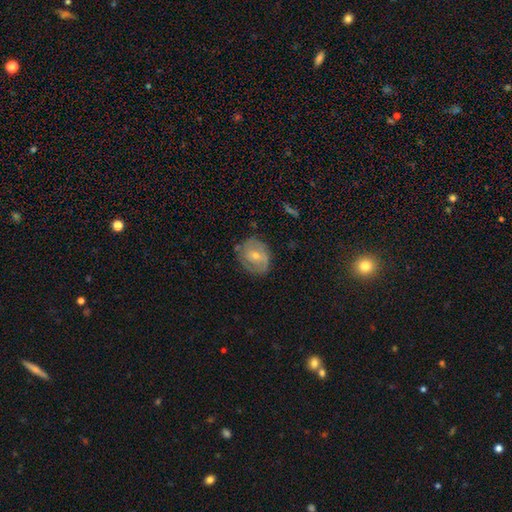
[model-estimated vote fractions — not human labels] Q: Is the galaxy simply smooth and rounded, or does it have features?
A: featured or disk — 59%.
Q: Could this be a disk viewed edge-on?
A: no — 96%.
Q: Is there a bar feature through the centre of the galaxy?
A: no — 58%.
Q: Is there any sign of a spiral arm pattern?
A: yes — 72%.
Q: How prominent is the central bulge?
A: small — 50%.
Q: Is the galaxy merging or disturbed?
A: none — 75%.